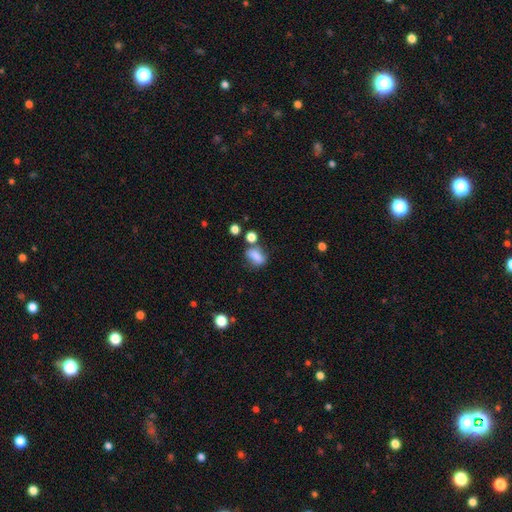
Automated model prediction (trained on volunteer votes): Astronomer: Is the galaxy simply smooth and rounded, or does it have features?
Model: smooth — 79%.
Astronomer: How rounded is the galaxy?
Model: in between — 76%.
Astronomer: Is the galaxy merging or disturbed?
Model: none — 53%.